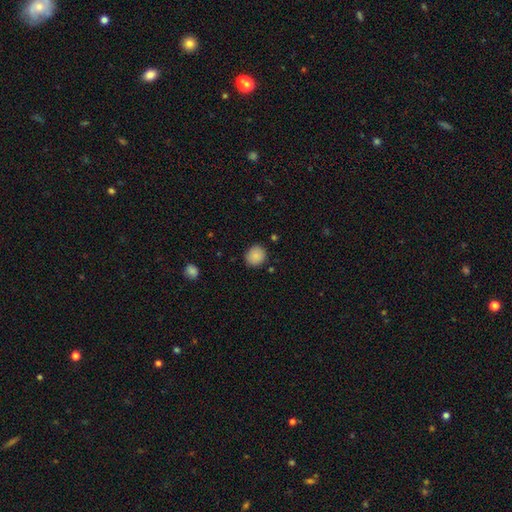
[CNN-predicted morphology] Smooth or featured?
  - smooth: 87% *
  - star or artifact: 8%
  - featured or disk: 4%
How rounded?
  - round: 82% *
  - in between: 17%
  - cigar-shaped: 1%
Merging?
  - none: 87% *
  - minor disturbance: 9%
  - major disturbance: 2%
  - merger: 1%